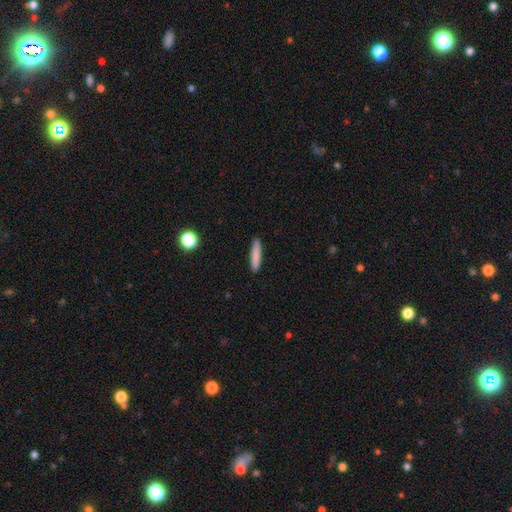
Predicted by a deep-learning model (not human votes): Q: Smooth or featured?
A: smooth (83%); runner-up: featured or disk (10%)
Q: How rounded?
A: cigar-shaped (89%); runner-up: in between (10%)
Q: Merging?
A: none (91%); runner-up: minor disturbance (7%)